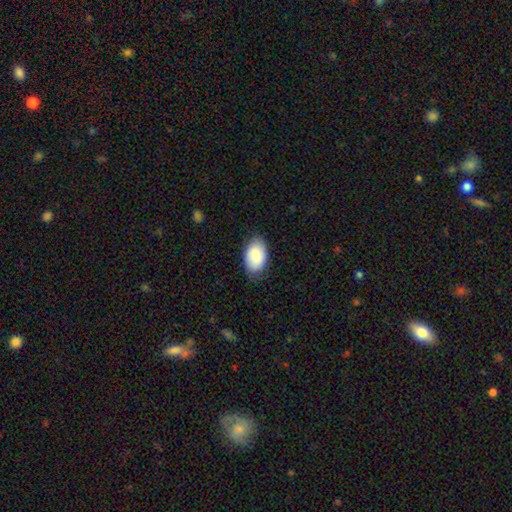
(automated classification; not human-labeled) A smooth galaxy with no disk features (88%) that is in between round and cigar-shaped (93%).

Vote fractions:
- Smooth or featured? smooth: 88% / featured or disk: 6% / star or artifact: 6%
- How rounded? in between: 93% / round: 6% / cigar-shaped: 1%
- Merging? none: 80% / minor disturbance: 16% / major disturbance: 3% / merger: 1%